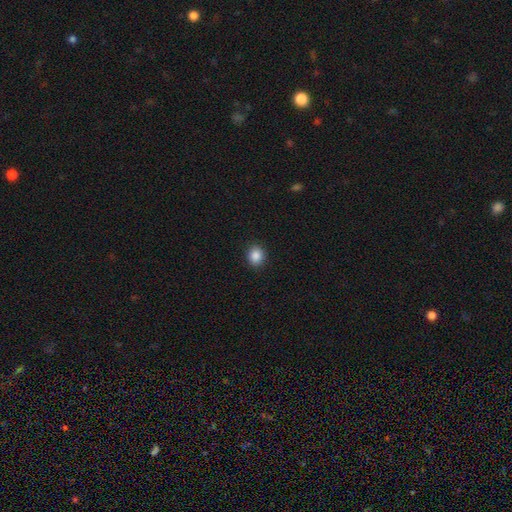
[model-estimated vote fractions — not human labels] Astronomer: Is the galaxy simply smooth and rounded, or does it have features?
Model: smooth — 87%.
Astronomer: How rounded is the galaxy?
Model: round — 74%.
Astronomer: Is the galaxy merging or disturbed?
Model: none — 90%.